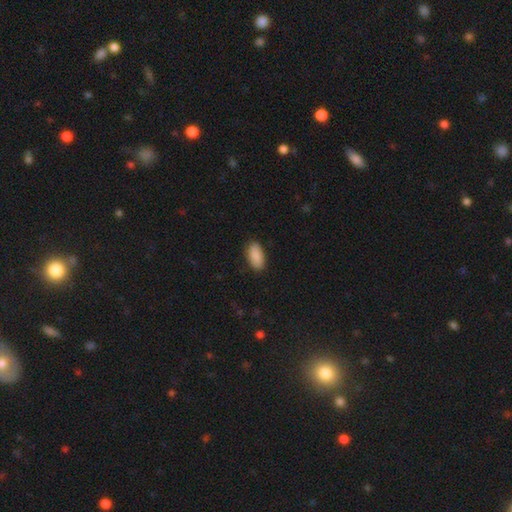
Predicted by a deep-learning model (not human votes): Overall: smooth (90%). How rounded: in between (93%). Merging: none (87%).